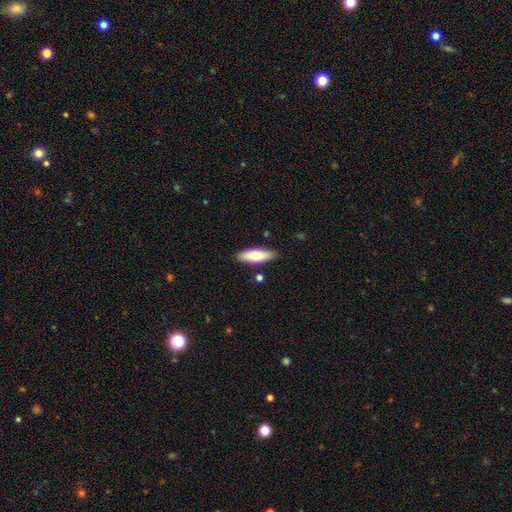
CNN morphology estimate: A smooth galaxy with no disk features (75%) that is in between round and cigar-shaped (53%).

Vote fractions:
- Smooth or featured? smooth: 75% / featured or disk: 19% / star or artifact: 6%
- How rounded? in between: 53% / cigar-shaped: 45% / round: 2%
- Merging? none: 85% / minor disturbance: 10% / merger: 3% / major disturbance: 2%